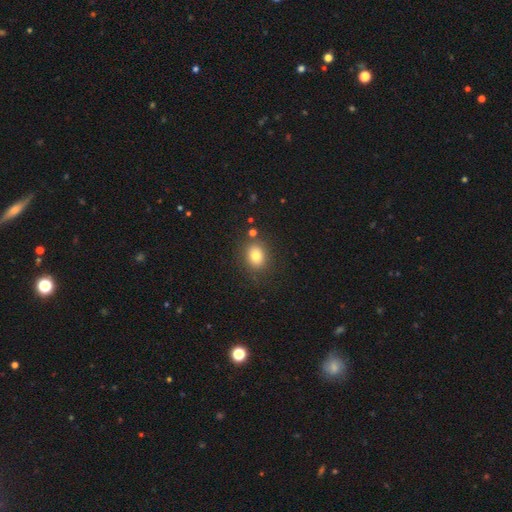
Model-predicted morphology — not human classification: Smooth or featured? smooth (80%)
How rounded? round (54%)
Merging? none (81%)